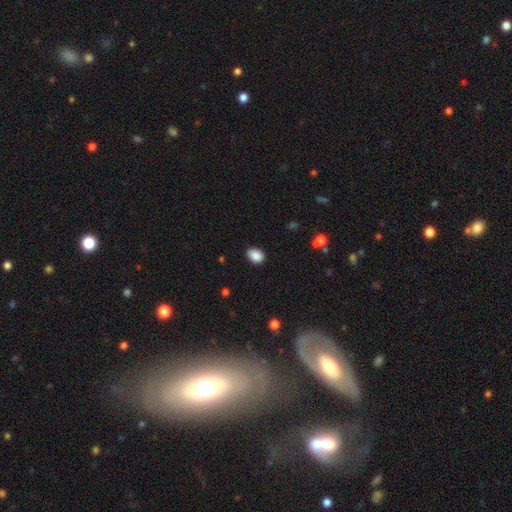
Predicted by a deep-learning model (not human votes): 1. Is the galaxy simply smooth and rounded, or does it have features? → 88% smooth, 8% star or artifact, 4% featured or disk.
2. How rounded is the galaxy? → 72% in between, 27% round, 1% cigar-shaped.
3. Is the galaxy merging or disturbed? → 86% none, 11% minor disturbance, 2% major disturbance, 1% merger.